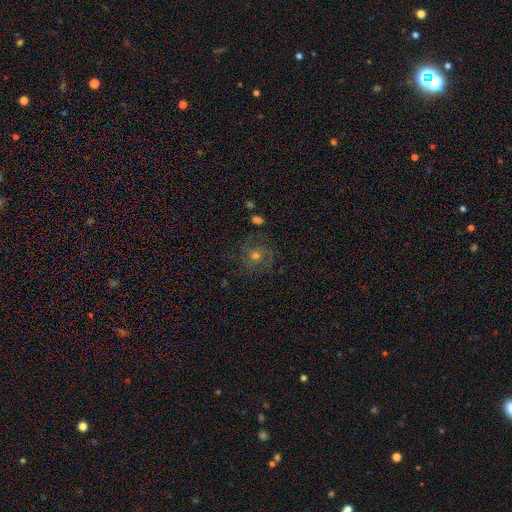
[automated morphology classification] This appears to be a featured or disk galaxy (61%) with no bar (74%), medium (44%) spiral arms (89%) and a moderate central bulge (63%). Merging: none (75%).